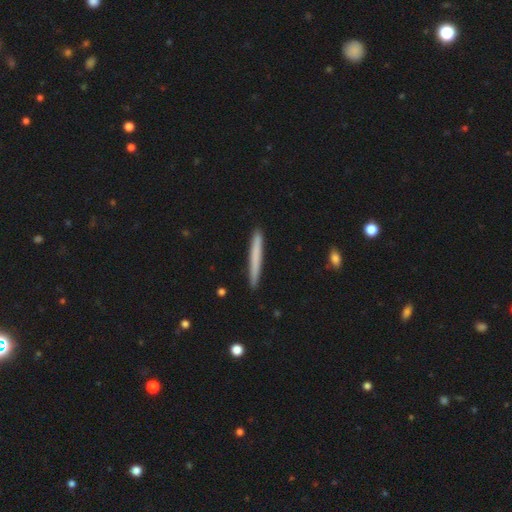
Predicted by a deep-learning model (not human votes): smooth 68%, featured or disk 26%, star or artifact 6%. Down the decision tree: how rounded — cigar-shaped (97%); merging — none (90%).